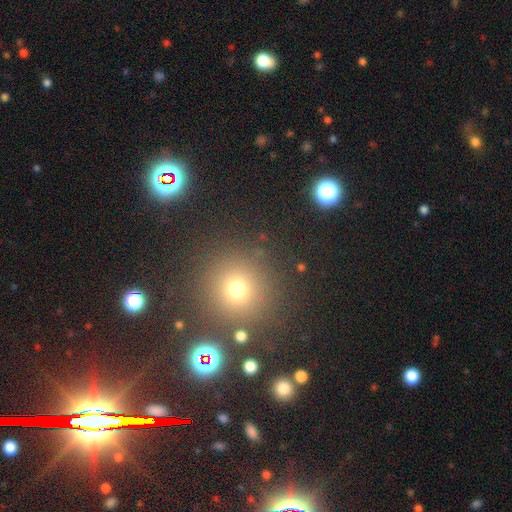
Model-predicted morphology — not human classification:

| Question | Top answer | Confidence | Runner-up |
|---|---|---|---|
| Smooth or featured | smooth | 47% | star or artifact (44%) |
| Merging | none | 88% | minor disturbance (6%) |